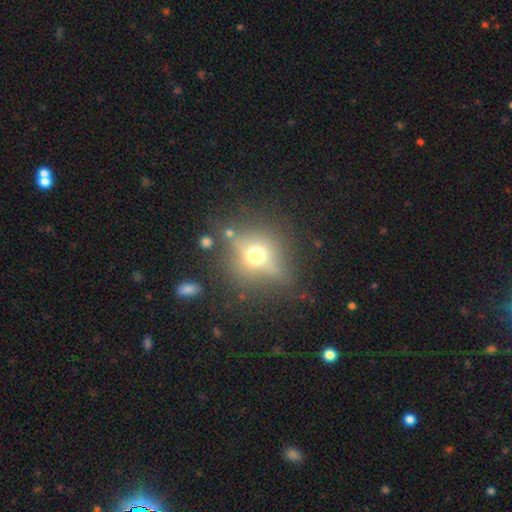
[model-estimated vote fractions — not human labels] This is marginally a featured or disk galaxy (42%). Merging: likely none (72%).